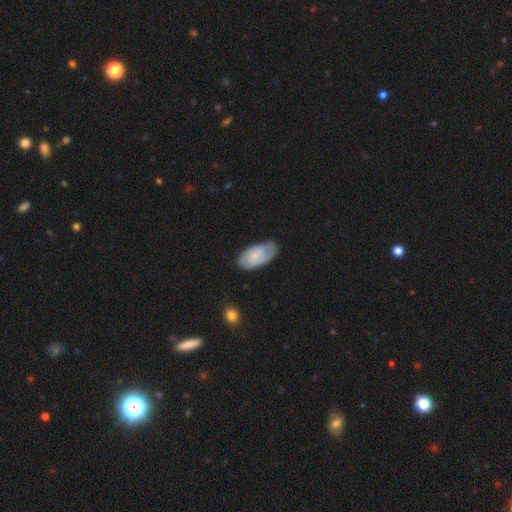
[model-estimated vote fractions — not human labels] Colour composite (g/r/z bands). It shows a smooth galaxy with no disk features (53%) that is in between round and cigar-shaped (93%). Merging: none (66%).